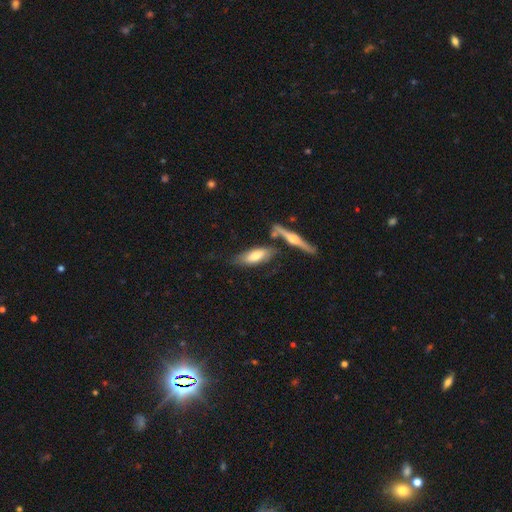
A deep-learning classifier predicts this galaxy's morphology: This appears to be a smooth galaxy with no disk features (58%) that is in between round and cigar-shaped (58%). Merging: none (63%).